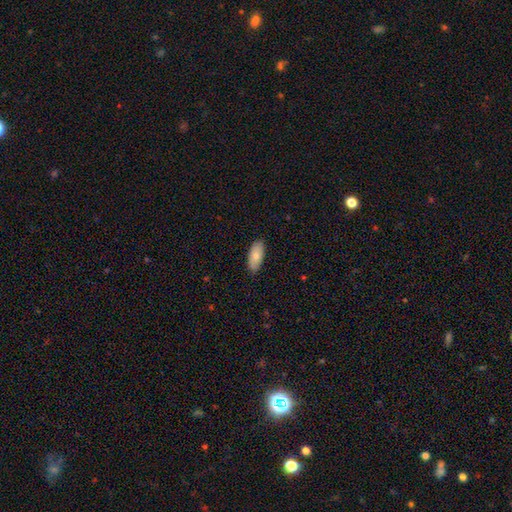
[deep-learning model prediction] This appears to be a smooth galaxy with no disk features (81%) that is in between round and cigar-shaped (89%). Merging: none (86%).